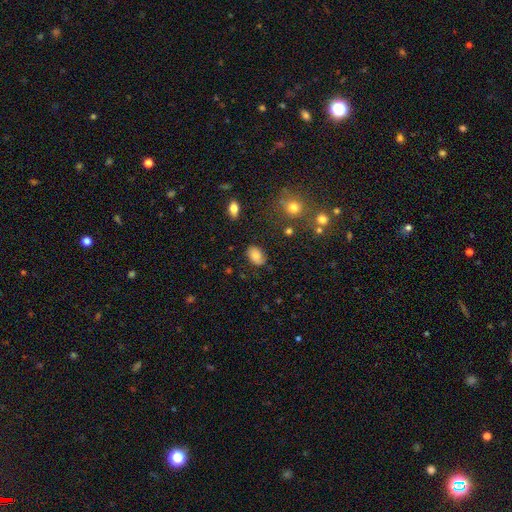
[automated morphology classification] Smooth or featured? smooth (77%)
How rounded? in between (83%)
Merging? none (73%)